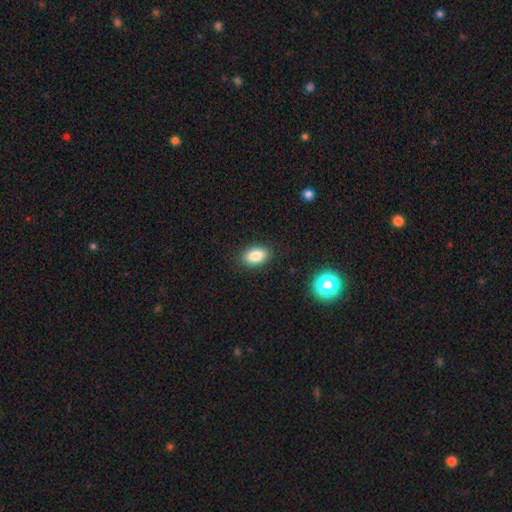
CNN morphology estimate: Smooth or featured? Predicted: smooth (p=0.85). How rounded? Predicted: in between (p=0.90). Merging? Predicted: none (p=0.87).